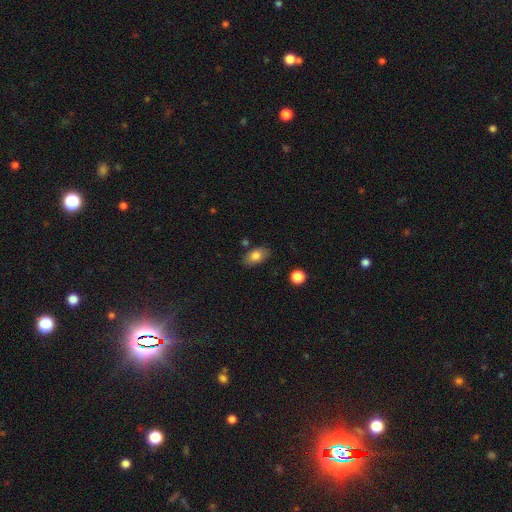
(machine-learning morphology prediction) A smooth galaxy with no disk features (79%) that is in between round and cigar-shaped (91%). Merging: none (83%).